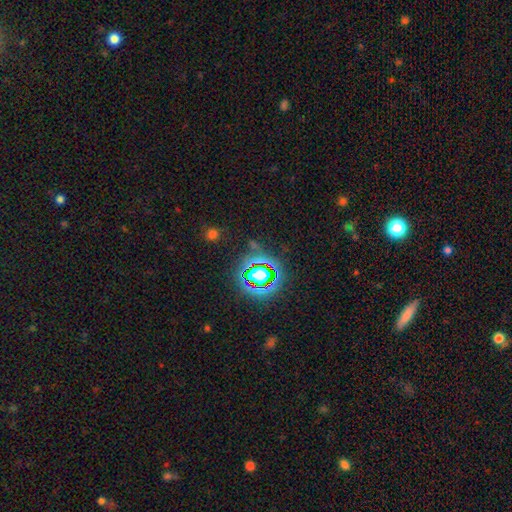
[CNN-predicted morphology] Smooth or featured? star or artifact (78%)